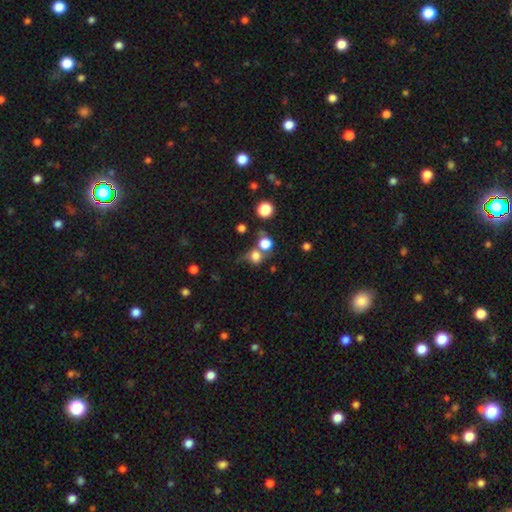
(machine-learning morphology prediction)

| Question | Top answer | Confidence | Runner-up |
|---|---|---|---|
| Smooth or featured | smooth | 74% | star or artifact (17%) |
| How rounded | round | 78% | in between (21%) |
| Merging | none | 45% | merger (27%) |